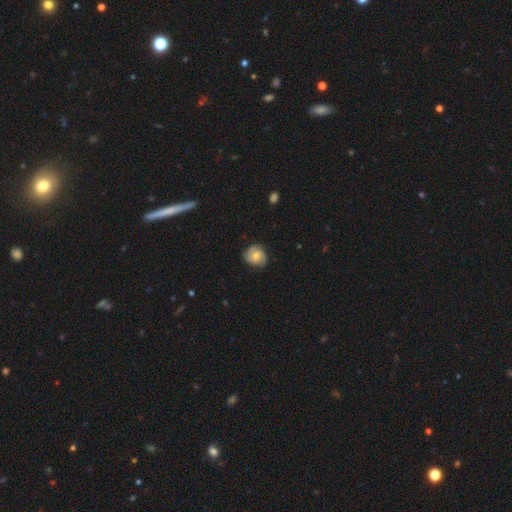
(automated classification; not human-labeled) Smooth or featured: smooth — 53% (featured or disk — 39%)
How rounded: round — 69% (in between — 30%)
Merging: none — 72% (minor disturbance — 22%)